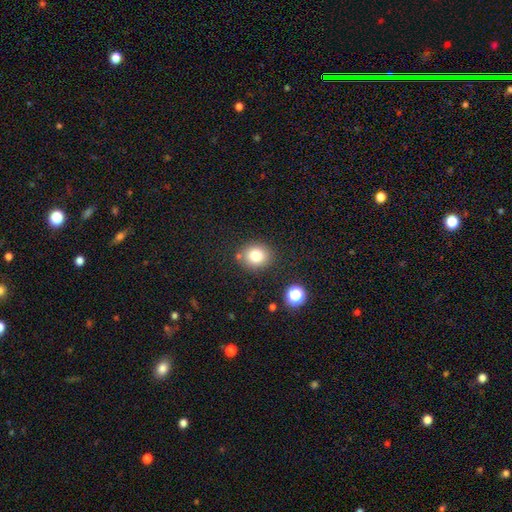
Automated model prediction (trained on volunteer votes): This is likely a smooth galaxy (80%). How rounded: likely round (77%). Merging: clearly none (82%).